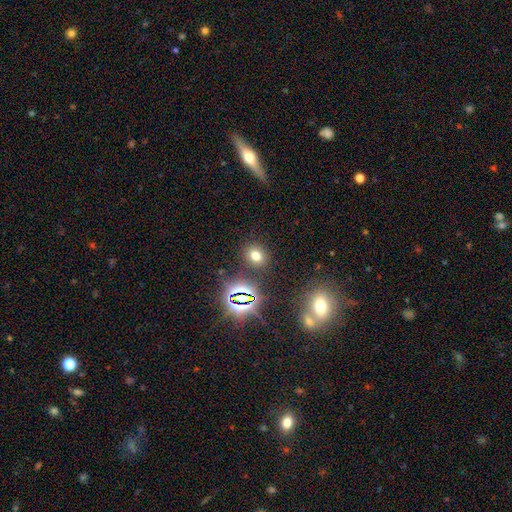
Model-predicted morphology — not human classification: Smooth or featured?
  - smooth: 64% *
  - star or artifact: 27%
  - featured or disk: 8%
How rounded?
  - round: 65% *
  - in between: 34%
  - cigar-shaped: 1%
Merging?
  - none: 85% *
  - minor disturbance: 8%
  - merger: 4%
  - major disturbance: 3%